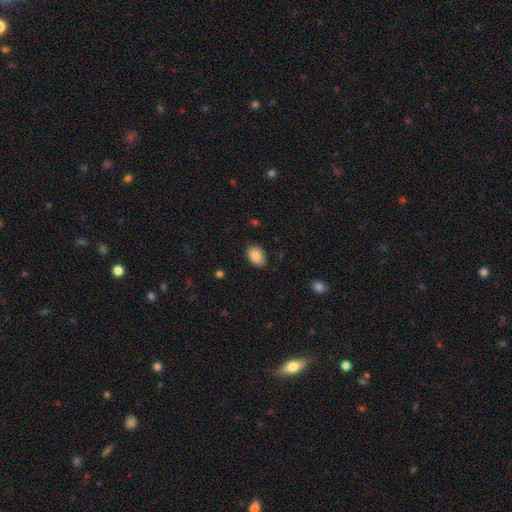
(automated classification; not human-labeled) A smooth galaxy with no disk features (87%) that is in between round and cigar-shaped (85%). Merging: none (85%).